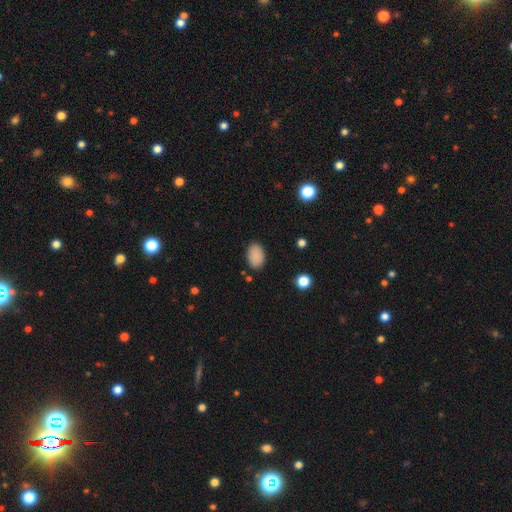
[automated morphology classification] type=smooth (89%); roundness=in between (90%); merging=none (86%).